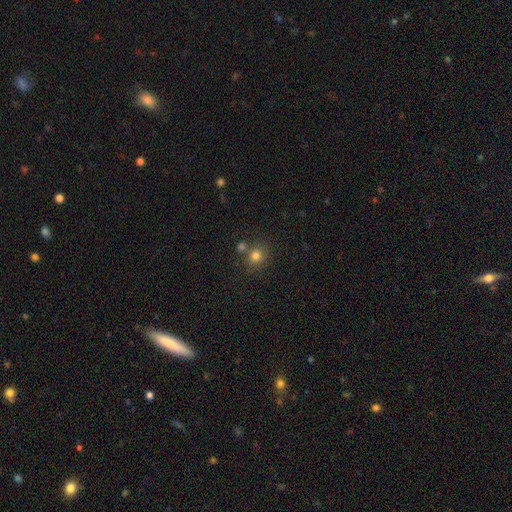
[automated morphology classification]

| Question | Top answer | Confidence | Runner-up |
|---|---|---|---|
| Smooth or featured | smooth | 78% | star or artifact (14%) |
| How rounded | round | 85% | in between (14%) |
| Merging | none | 66% | merger (21%) |